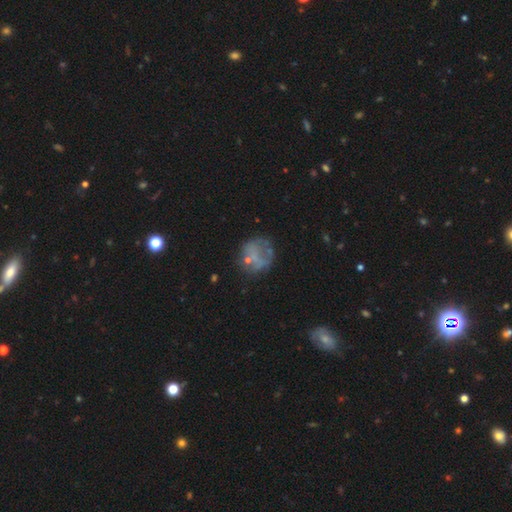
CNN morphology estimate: type=smooth (41%); merging=none (50%).